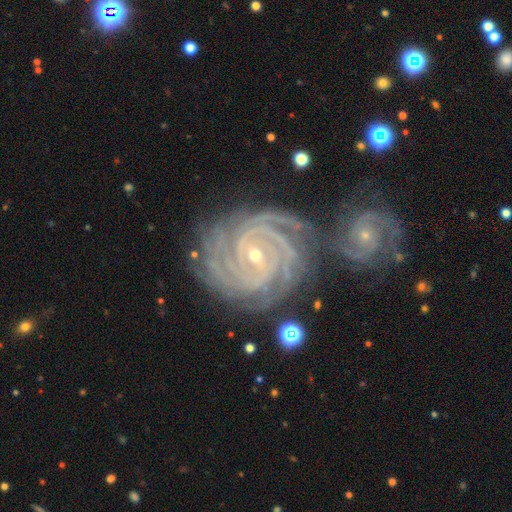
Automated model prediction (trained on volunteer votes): Overall: featured or disk (92%). Edge-on disk: no (98%). Bar: no (42%; weak 36%). Spiral arms: yes (99%). Spiral arm count: 4 (33%; 3 24%). Spiral winding: tight (86%). Bulge size: small (75%). Merging: none (65%).